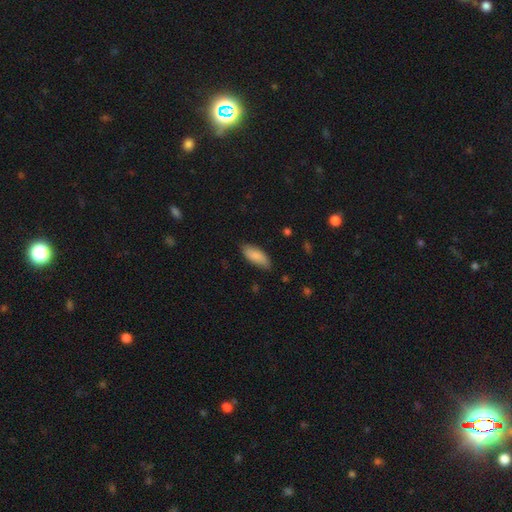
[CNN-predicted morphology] smooth_or_featured: smooth (p=0.85) [alt: featured or disk p=0.09]
how_rounded: in between (p=0.79) [alt: cigar-shaped p=0.19]
merging: none (p=0.80) [alt: minor disturbance p=0.17]